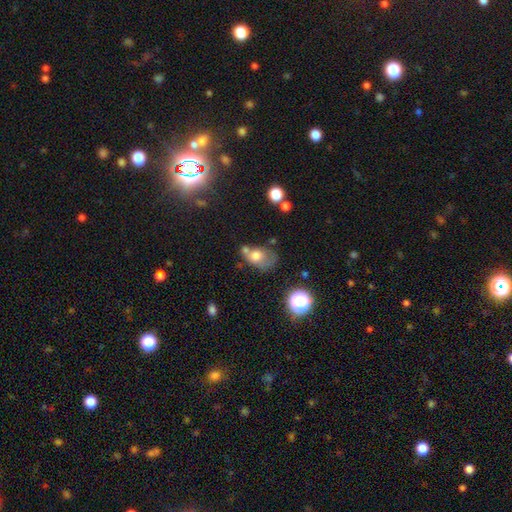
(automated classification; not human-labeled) Smooth or featured? Predicted: smooth (p=0.67). How rounded? Predicted: in between (p=0.69). Merging? Predicted: none (p=0.29).